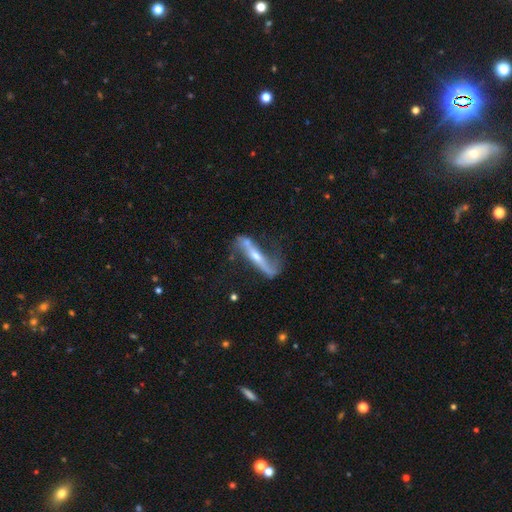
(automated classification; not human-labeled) This appears to be a featured or disk galaxy (77%) viewed edge-on (63%). Merging: none (51%).